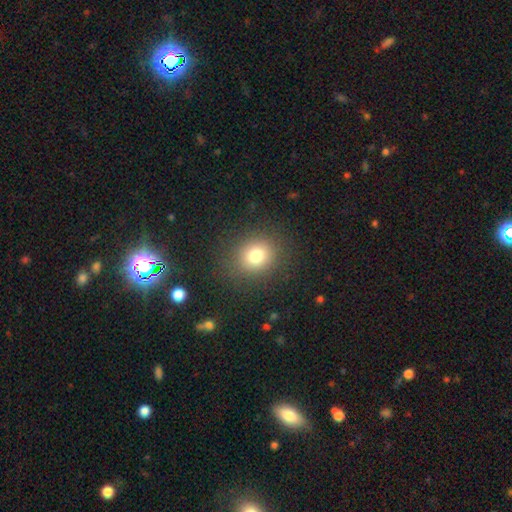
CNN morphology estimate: Smooth or featured? smooth (77%)
How rounded? round (69%)
Merging? none (86%)